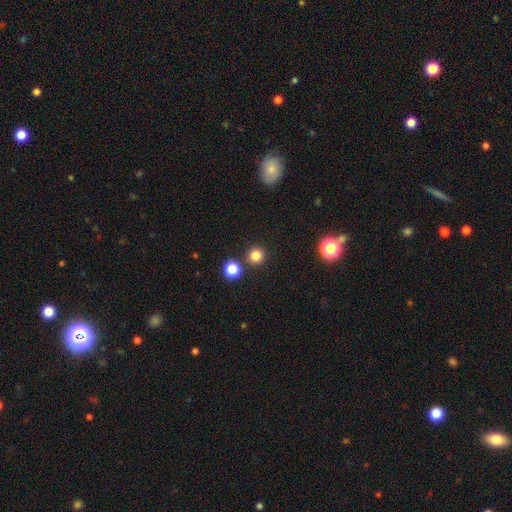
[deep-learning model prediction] smooth 81%, star or artifact 15%, featured or disk 4%. Down the decision tree: how rounded — round (95%); merging — none (85%).